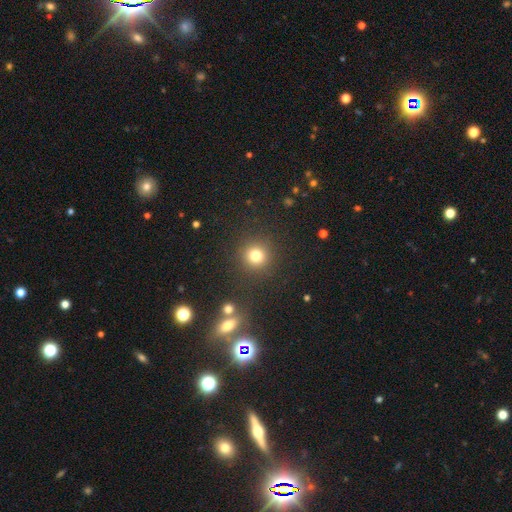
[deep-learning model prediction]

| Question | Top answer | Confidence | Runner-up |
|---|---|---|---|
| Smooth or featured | smooth | 78% | star or artifact (16%) |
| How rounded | round | 93% | in between (6%) |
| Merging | none | 87% | minor disturbance (6%) |